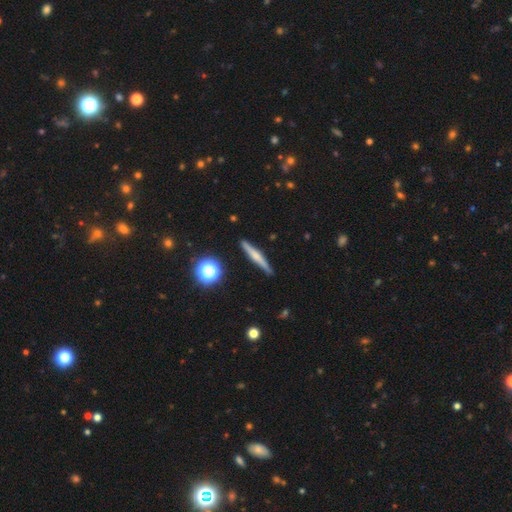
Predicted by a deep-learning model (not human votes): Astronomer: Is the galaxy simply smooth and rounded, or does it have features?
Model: featured or disk — 50% (runner-up: smooth, 41%).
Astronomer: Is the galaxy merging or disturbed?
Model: none — 90%.